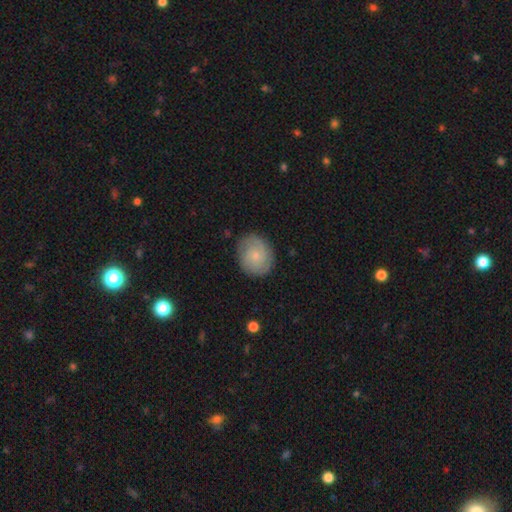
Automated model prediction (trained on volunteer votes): Morphology: type=featured or disk (50%); edge-on=no (97%); merging=none (82%).